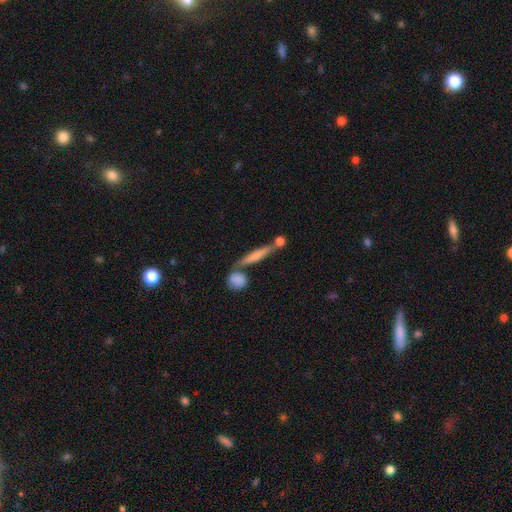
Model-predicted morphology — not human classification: A smooth galaxy with no disk features (53%) that is cigar-shaped (85%).

Vote fractions:
- Smooth or featured? smooth: 53% / featured or disk: 39% / star or artifact: 8%
- How rounded? cigar-shaped: 85% / in between: 11% / round: 4%
- Merging? none: 61% / merger: 22% / minor disturbance: 12% / major disturbance: 4%